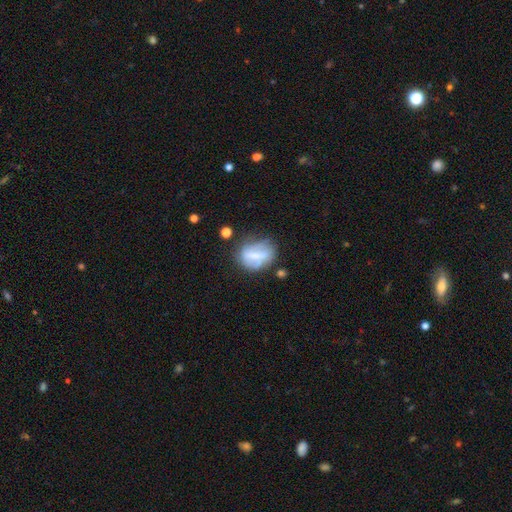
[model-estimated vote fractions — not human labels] featured or disk 47%, smooth 44%, star or artifact 9%. Down the decision tree: merging — none (52%).